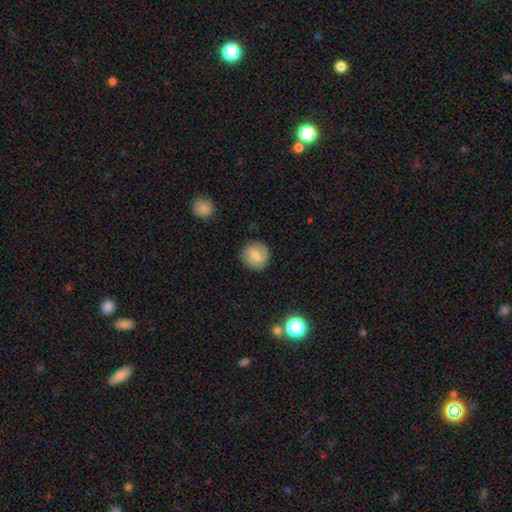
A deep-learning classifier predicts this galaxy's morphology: Smooth or featured: smooth — 57% (featured or disk — 35%)
How rounded: round — 91% (in between — 8%)
Merging: none — 84% (minor disturbance — 12%)